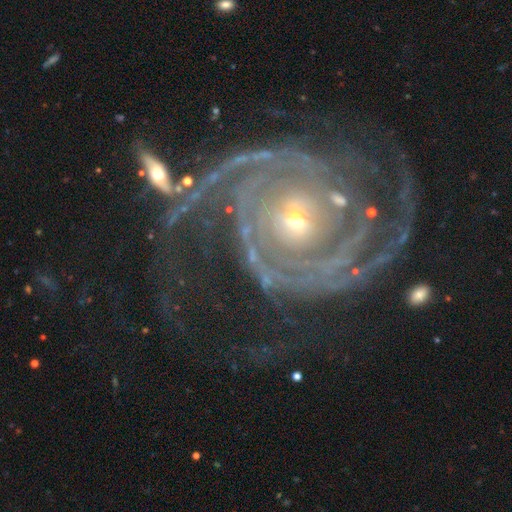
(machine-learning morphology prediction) Smooth or featured? Predicted: featured or disk (p=0.91). Edge-on disk? Predicted: no (p=0.97). Bar? Predicted: no (p=0.70). Spiral arms? Predicted: yes (p=0.98). Spiral winding? Predicted: tight (p=0.62). Spiral arm count? Predicted: 2 (p=0.46). Bulge size? Predicted: small (p=0.66). Merging? Predicted: none (p=0.55).